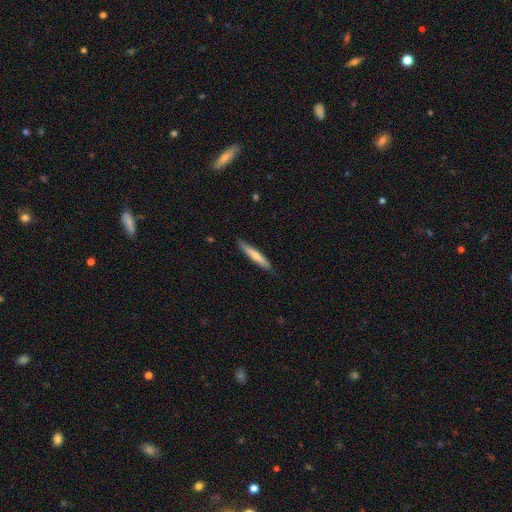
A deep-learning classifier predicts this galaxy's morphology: This is likely a smooth galaxy (63%). How rounded: clearly cigar-shaped (93%). Merging: clearly none (88%).